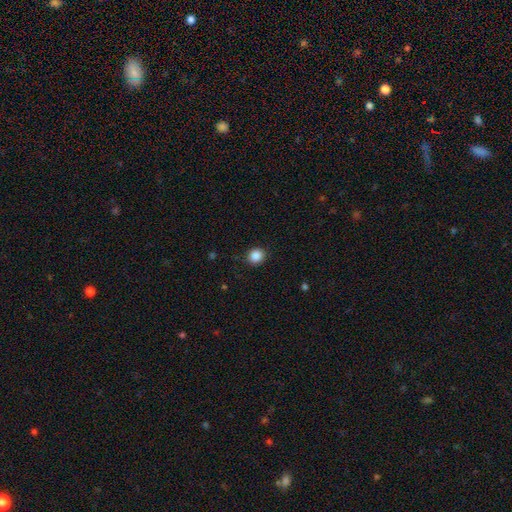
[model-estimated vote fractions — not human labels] Overall: smooth (87%). How rounded: round (84%). Merging: none (89%).